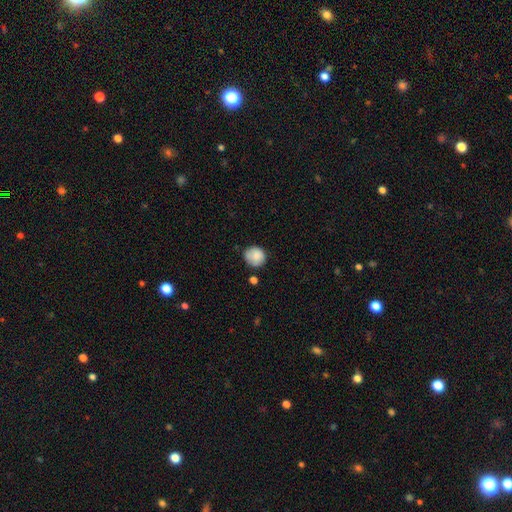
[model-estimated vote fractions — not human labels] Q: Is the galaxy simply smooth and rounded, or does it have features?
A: smooth — 84%.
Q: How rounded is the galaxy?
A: round — 86%.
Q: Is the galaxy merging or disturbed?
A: none — 70%.